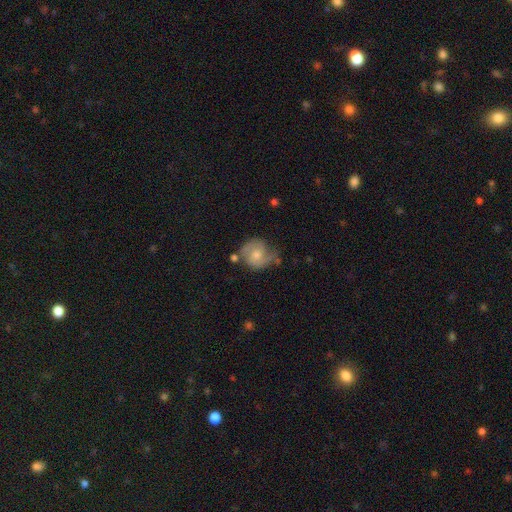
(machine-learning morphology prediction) A featured or disk galaxy (59%) with no bar (67%), spiral arms (84%) and a moderate central bulge (60%). Merging: none (58%).